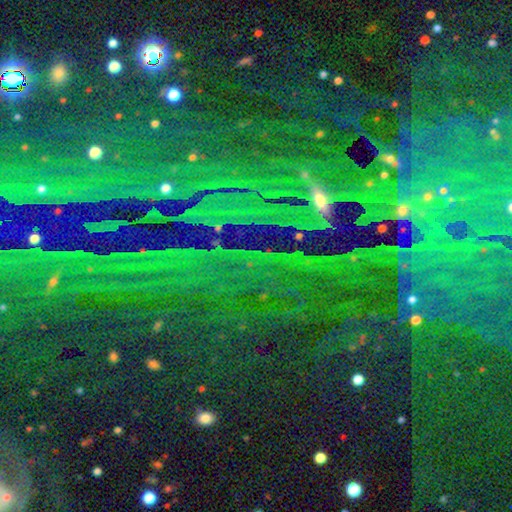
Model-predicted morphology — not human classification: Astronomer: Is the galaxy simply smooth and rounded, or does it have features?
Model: star or artifact — 82%.